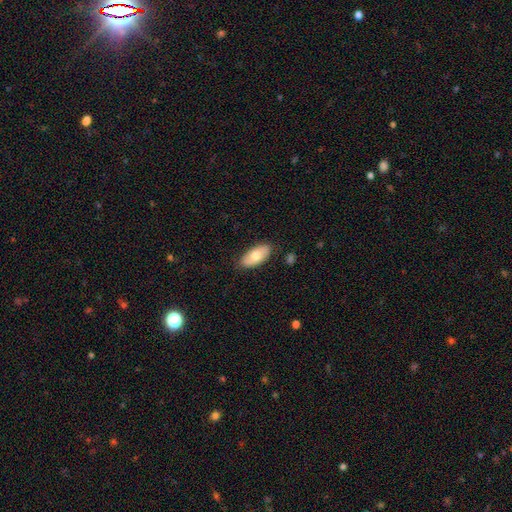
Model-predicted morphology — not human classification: Smooth or featured? smooth (70%)
How rounded? in between (92%)
Merging? none (83%)